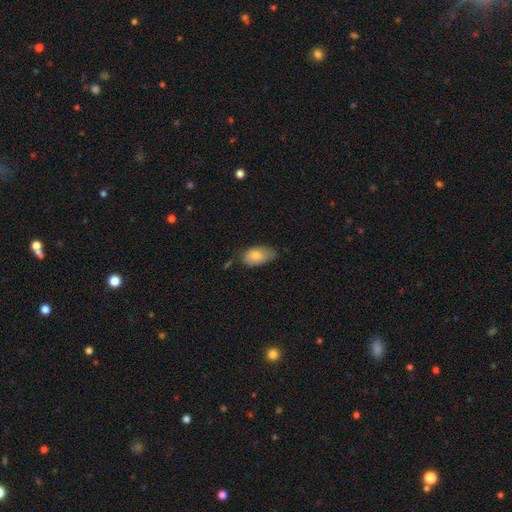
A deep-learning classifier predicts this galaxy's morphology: type=smooth (80%); roundness=in between (92%); merging=none (51%).